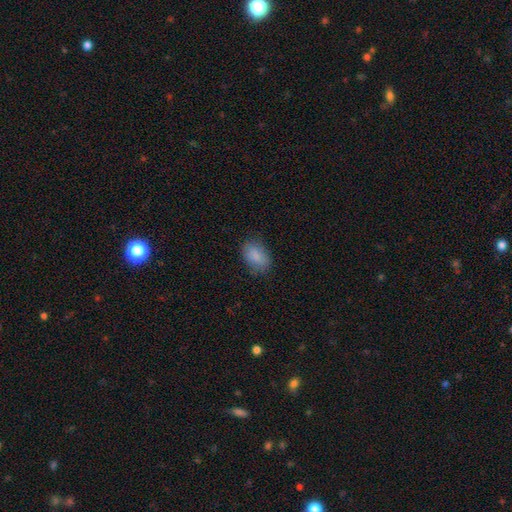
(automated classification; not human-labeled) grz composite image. It shows a smooth galaxy with no disk features (87%) that is in between round and cigar-shaped (86%). Merging: none (78%).